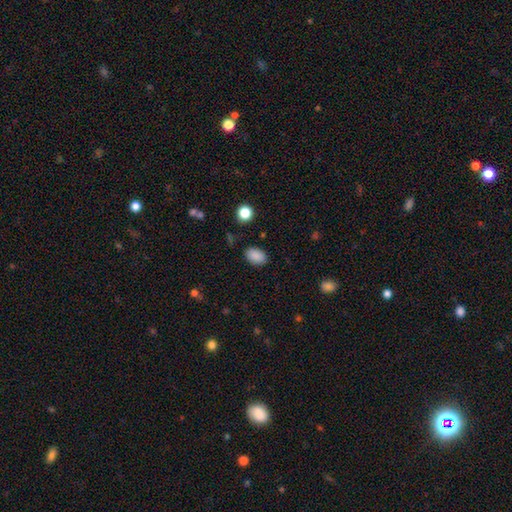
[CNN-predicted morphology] This is clearly a smooth galaxy (88%). How rounded: clearly in between (83%). Merging: clearly none (85%).